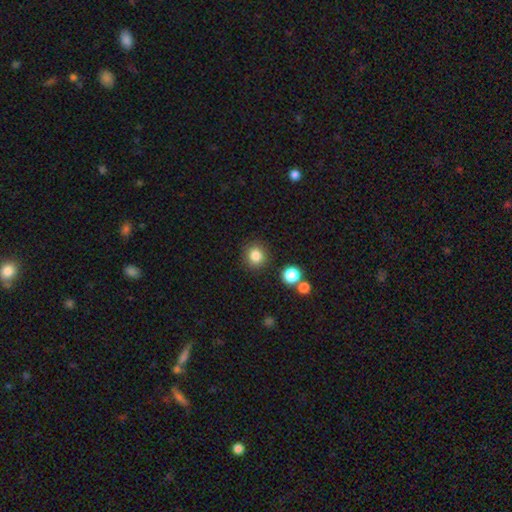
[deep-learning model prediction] This is clearly a smooth galaxy (84%). How rounded: clearly round (88%). Merging: clearly none (87%).